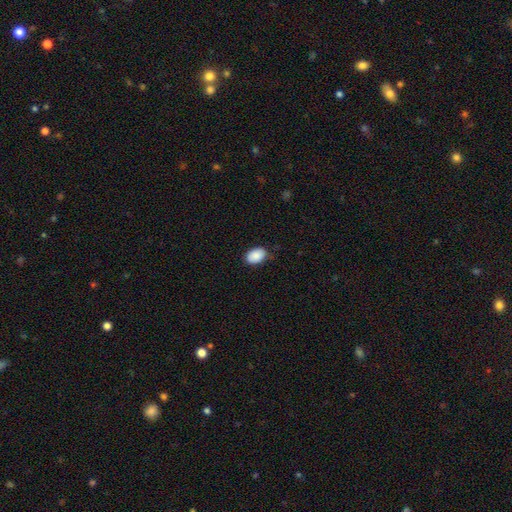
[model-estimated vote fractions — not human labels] smooth_or_featured: smooth (p=0.89) [alt: star or artifact p=0.07]
how_rounded: in between (p=0.82) [alt: round p=0.17]
merging: none (p=0.80) [alt: minor disturbance p=0.16]